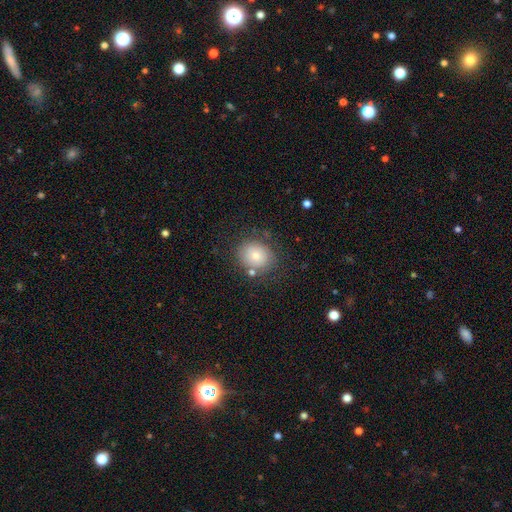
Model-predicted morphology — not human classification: Overall: smooth (76%). How rounded: round (70%). Merging: none (74%).